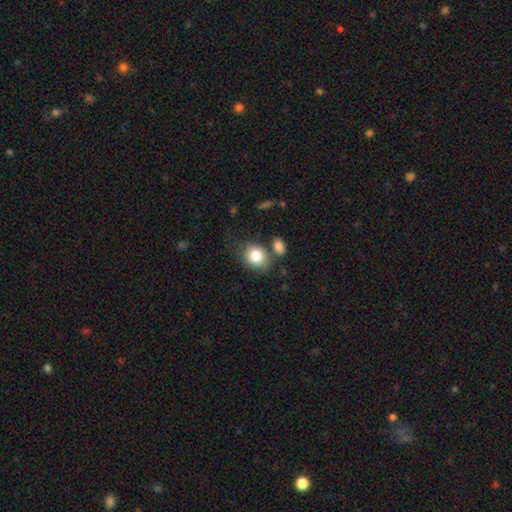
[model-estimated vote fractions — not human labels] Overall: smooth (82%). How rounded: in between (50%; round 49%). Merging: none (63%).